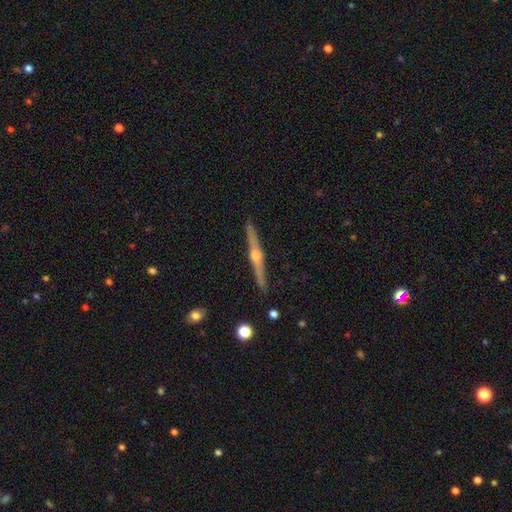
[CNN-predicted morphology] The model was most divided on "smooth or featured": featured or disk: 82%, smooth: 12%, star or artifact: 5%. More confident: edge-on disk — yes (98%); merging — none (91%); edge-on bulge — rounded (90%).